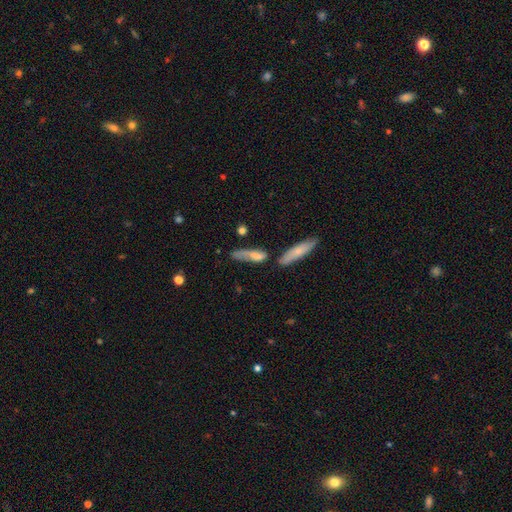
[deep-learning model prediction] A smooth galaxy with no disk features (57%) that is cigar-shaped (67%). Merging: none (48%).